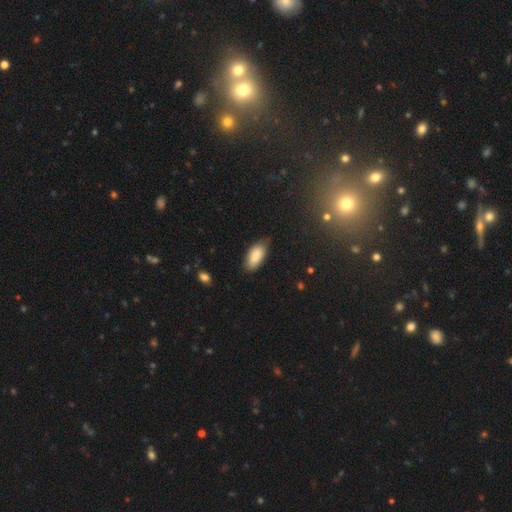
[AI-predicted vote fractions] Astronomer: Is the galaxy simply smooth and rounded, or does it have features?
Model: smooth — 87%.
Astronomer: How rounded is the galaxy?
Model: in between — 90%.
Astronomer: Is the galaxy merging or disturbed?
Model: none — 72%.